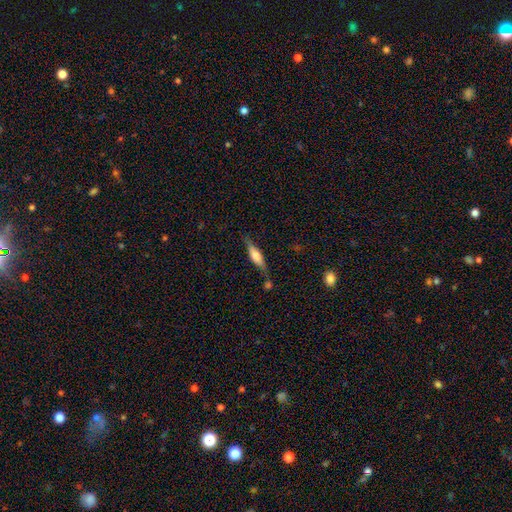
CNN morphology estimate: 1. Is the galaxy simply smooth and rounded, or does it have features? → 50% featured or disk, 43% smooth, 7% star or artifact.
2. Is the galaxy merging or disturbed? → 67% none, 18% minor disturbance, 9% merger, 6% major disturbance.